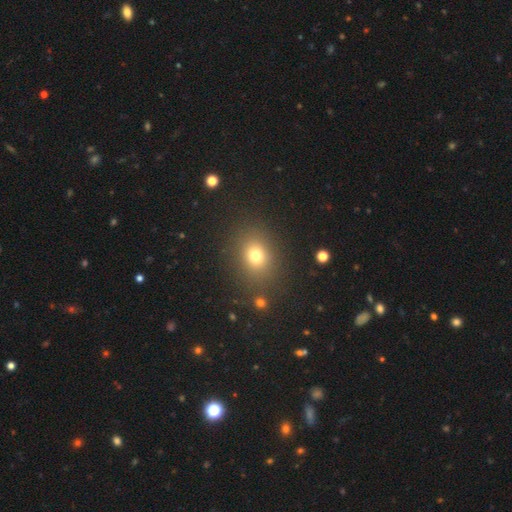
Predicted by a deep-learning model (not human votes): smooth_or_featured: smooth (p=0.75) [alt: star or artifact p=0.17]
how_rounded: round (p=0.60) [alt: in between p=0.39]
merging: none (p=0.83) [alt: minor disturbance p=0.09]